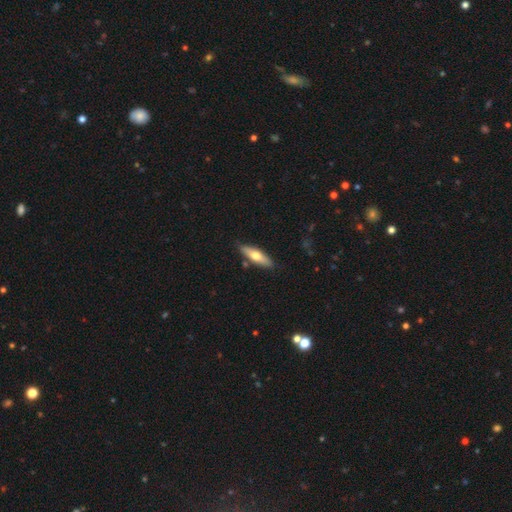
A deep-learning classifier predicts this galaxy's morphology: A smooth galaxy with no disk features (56%) that is cigar-shaped (57%). Merging: none (84%).